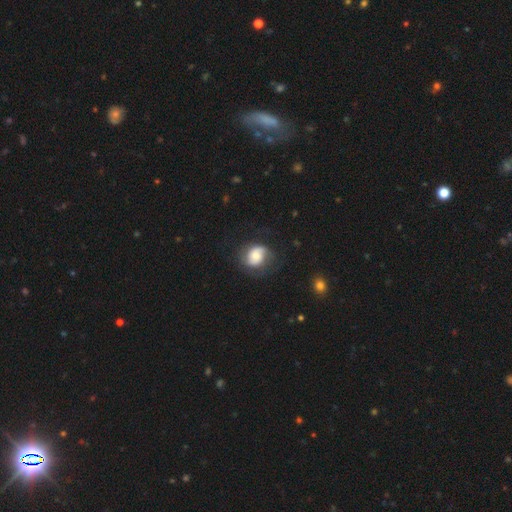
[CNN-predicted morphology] smooth-or-featured: featured or disk: 47% | smooth: 45% | star or artifact: 8%
  merging: none: 61% | minor disturbance: 23% | major disturbance: 15% | merger: 1%